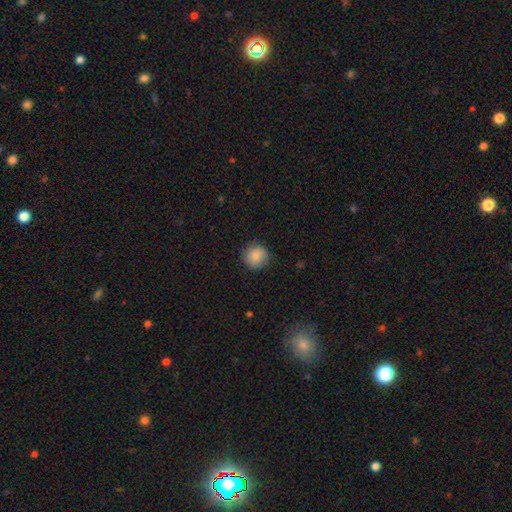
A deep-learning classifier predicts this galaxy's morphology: type=smooth (85%); roundness=round (90%); merging=none (82%).